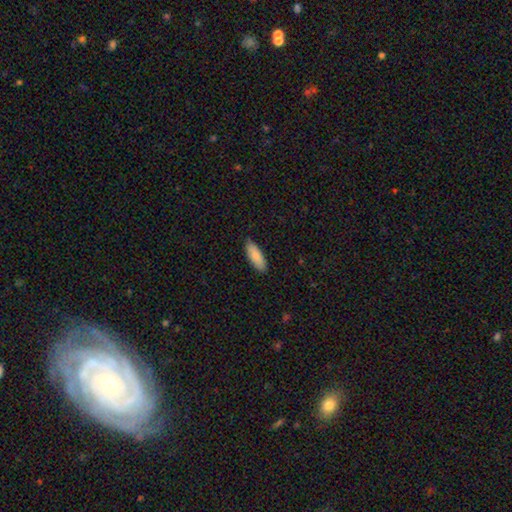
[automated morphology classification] Smooth or featured? Predicted: smooth (p=0.85). How rounded? Predicted: in between (p=0.69). Merging? Predicted: none (p=0.87).